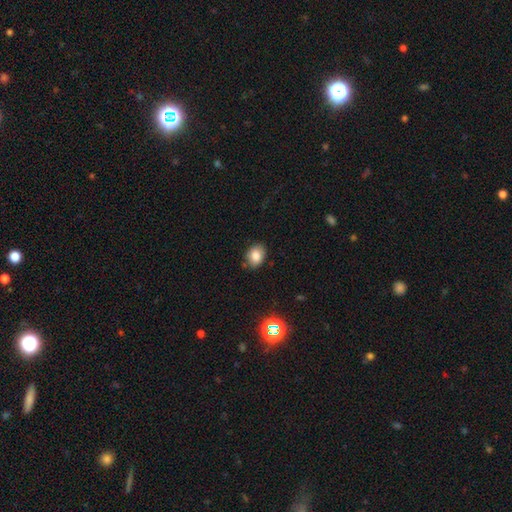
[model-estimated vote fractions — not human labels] Smooth or featured?
  - smooth: 82% *
  - star or artifact: 11%
  - featured or disk: 8%
How rounded?
  - in between: 66% *
  - round: 33%
  - cigar-shaped: 1%
Merging?
  - none: 78% *
  - minor disturbance: 17%
  - major disturbance: 3%
  - merger: 3%